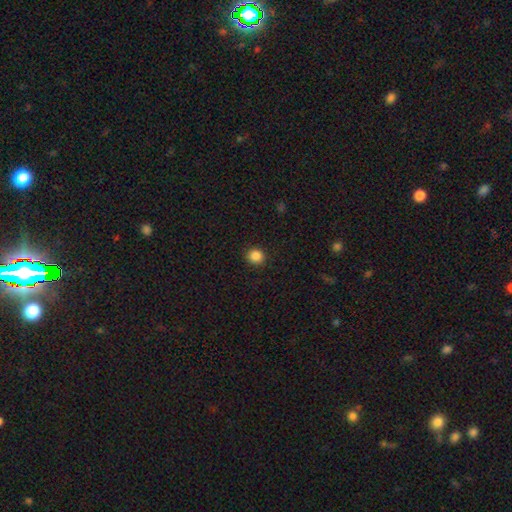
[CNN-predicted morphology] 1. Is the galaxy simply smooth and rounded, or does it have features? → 86% smooth, 10% star or artifact, 4% featured or disk.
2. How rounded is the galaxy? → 86% round, 13% in between, 1% cigar-shaped.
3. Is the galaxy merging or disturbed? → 92% none, 6% minor disturbance, 2% major disturbance, 1% merger.